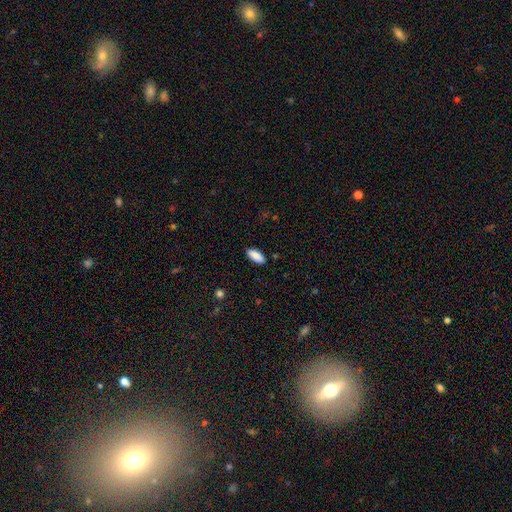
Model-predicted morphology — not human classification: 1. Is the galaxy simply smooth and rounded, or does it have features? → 89% smooth, 6% star or artifact, 4% featured or disk.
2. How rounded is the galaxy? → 82% in between, 16% cigar-shaped, 2% round.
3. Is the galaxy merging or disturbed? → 88% none, 9% minor disturbance, 2% major disturbance, 1% merger.